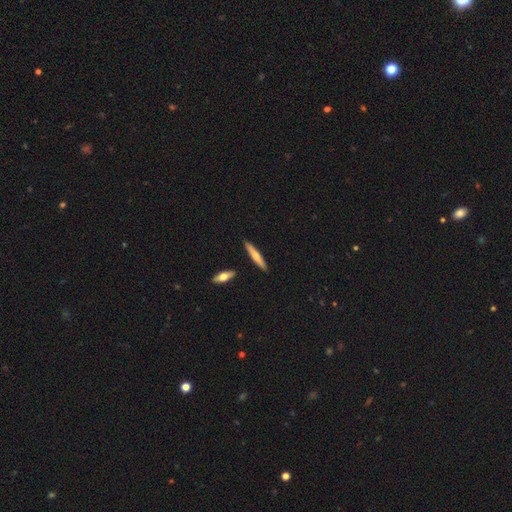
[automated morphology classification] type=smooth (56%); roundness=cigar-shaped (89%); merging=none (87%).